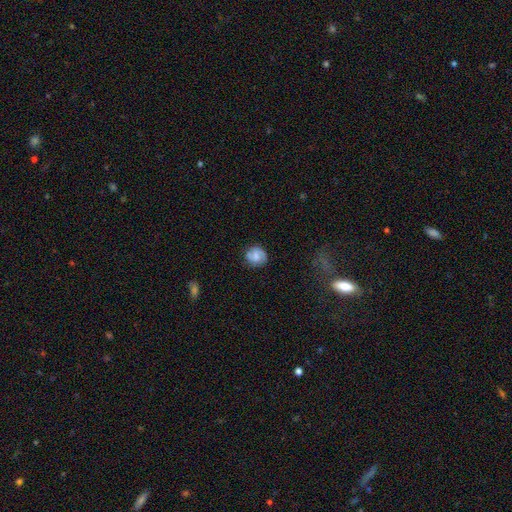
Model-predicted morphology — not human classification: Smooth or featured? smooth (52%)
How rounded? round (77%)
Merging? none (77%)